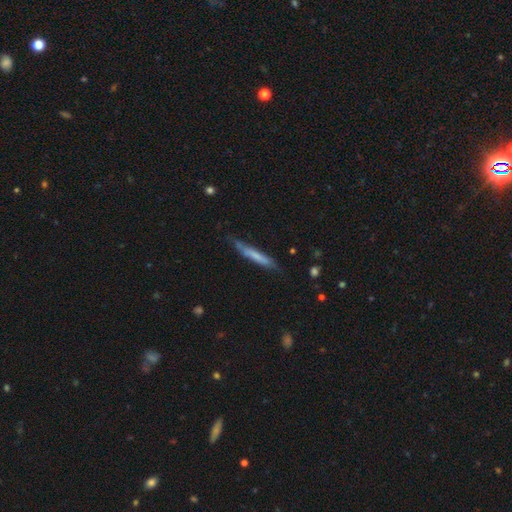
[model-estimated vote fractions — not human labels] smooth_or_featured: smooth (p=0.63) [alt: featured or disk p=0.31]
how_rounded: cigar-shaped (p=0.94) [alt: in between p=0.05]
merging: none (p=0.72) [alt: minor disturbance p=0.21]